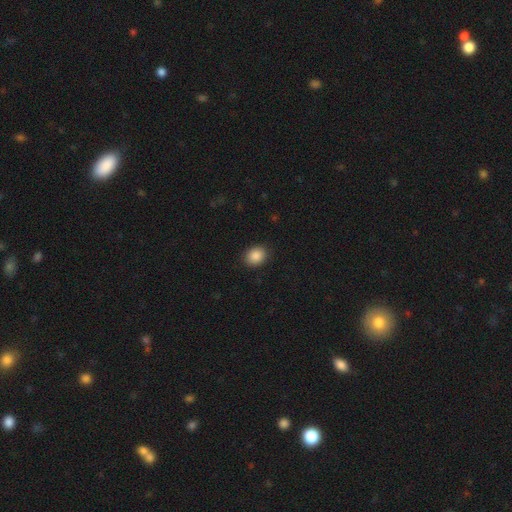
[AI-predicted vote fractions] Smooth or featured? Predicted: smooth (p=0.88). How rounded? Predicted: round (p=0.52). Merging? Predicted: none (p=0.89).